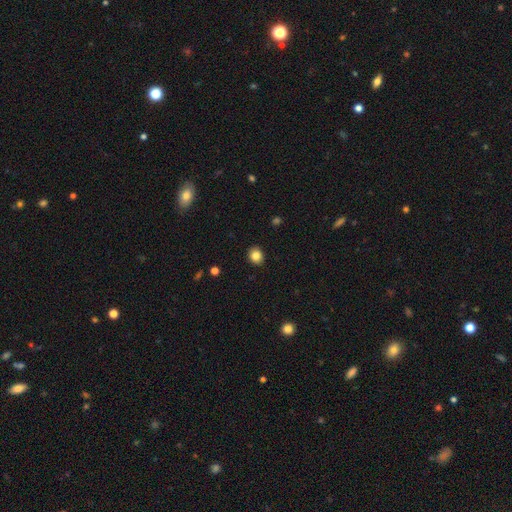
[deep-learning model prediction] A smooth galaxy with no disk features (85%) that is round (62%).

Vote fractions:
- Smooth or featured? smooth: 85% / star or artifact: 10% / featured or disk: 5%
- How rounded? round: 62% / in between: 37% / cigar-shaped: 1%
- Merging? none: 90% / minor disturbance: 7% / major disturbance: 2% / merger: 1%